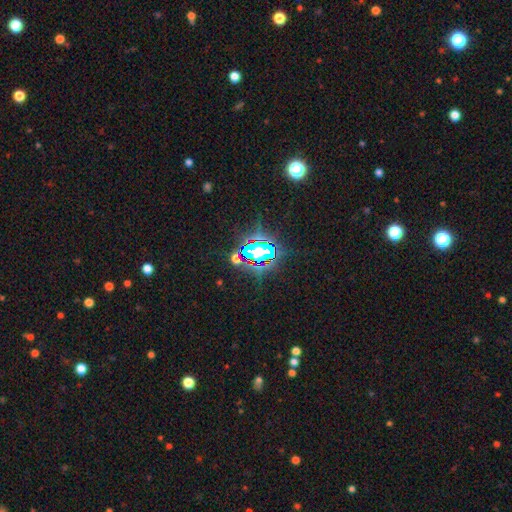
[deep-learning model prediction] smooth-or-featured: star or artifact: 69% | smooth: 19% | featured or disk: 12%